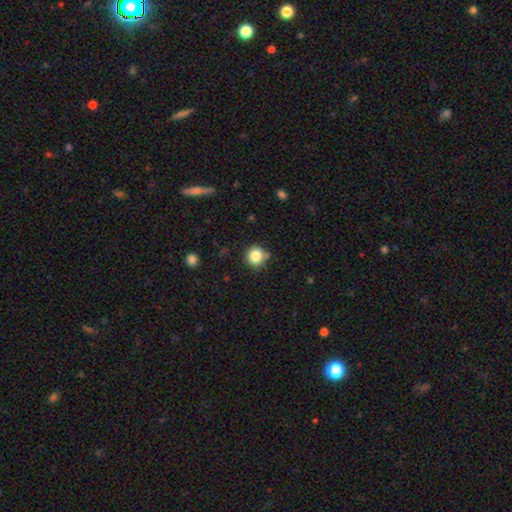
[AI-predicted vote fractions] Smooth or featured? smooth (84%)
How rounded? round (93%)
Merging? none (82%)